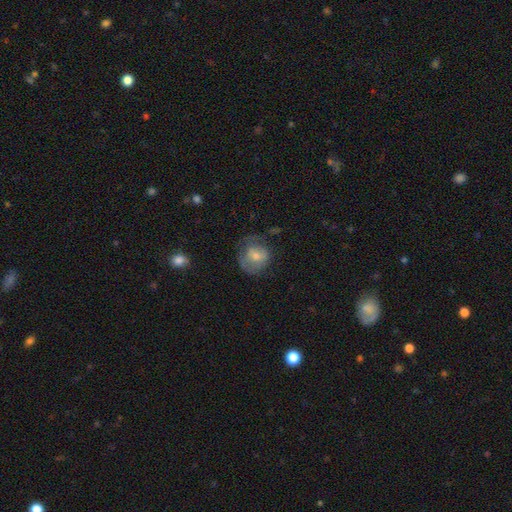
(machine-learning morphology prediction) type=smooth (53%); roundness=round (71%); merging=none (54%).